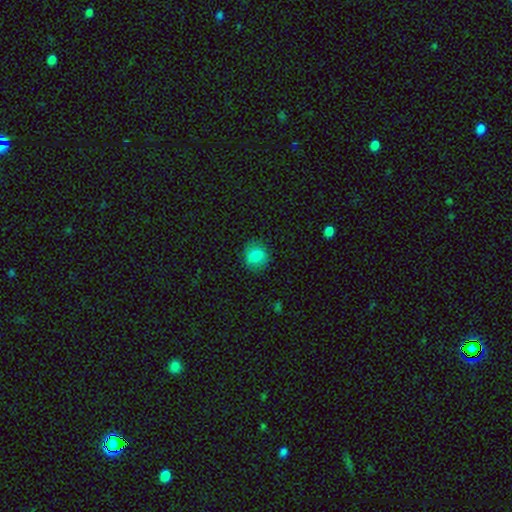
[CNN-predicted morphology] smooth-or-featured: smooth: 83% | star or artifact: 10% | featured or disk: 8%
  how-rounded: round: 79% | in between: 20% | cigar-shaped: 1%
  merging: none: 84% | minor disturbance: 12% | major disturbance: 3% | merger: 1%